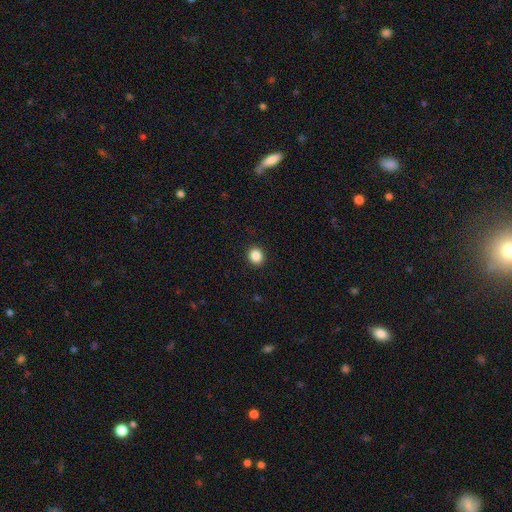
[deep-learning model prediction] Smooth or featured? smooth (87%)
How rounded? round (78%)
Merging? none (92%)